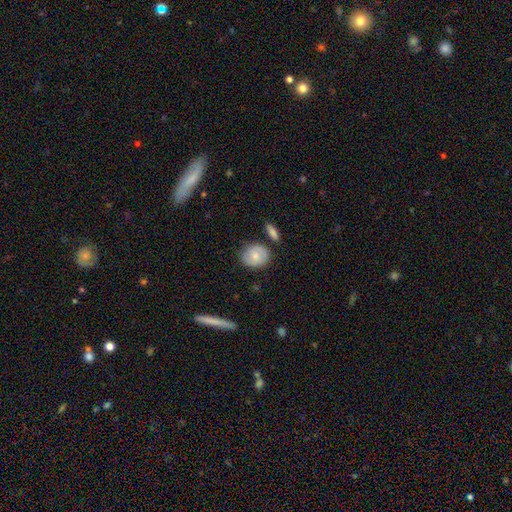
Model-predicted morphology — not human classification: Smooth or featured? Predicted: smooth (p=0.69). How rounded? Predicted: round (p=0.58). Merging? Predicted: none (p=0.75).